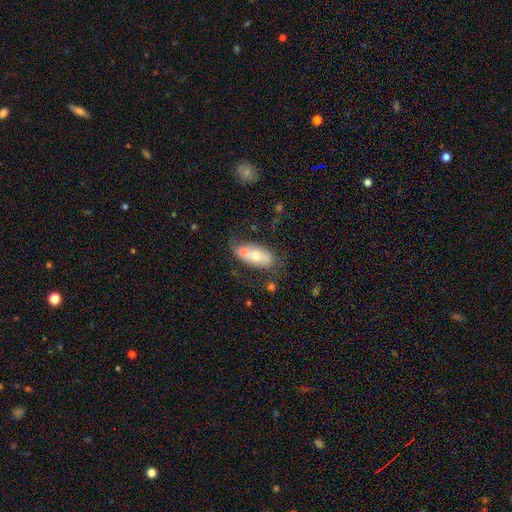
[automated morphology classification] This appears to be a smooth galaxy with no disk features (53%) that is in between round and cigar-shaped (86%). Merging: merger (45%).